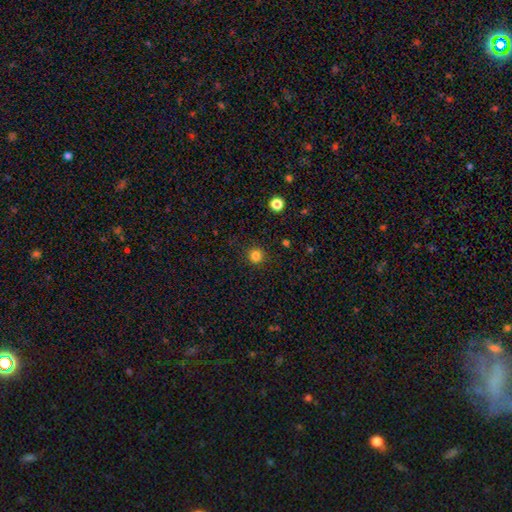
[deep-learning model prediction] Smooth or featured? smooth (83%)
How rounded? round (93%)
Merging? none (91%)